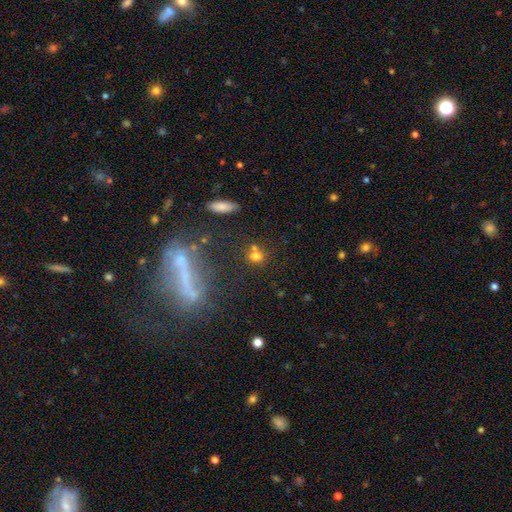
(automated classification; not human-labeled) Smooth or featured?
  - smooth: 68% *
  - star or artifact: 19%
  - featured or disk: 13%
How rounded?
  - round: 67% *
  - in between: 30%
  - cigar-shaped: 3%
Merging?
  - none: 53% *
  - merger: 31%
  - minor disturbance: 11%
  - major disturbance: 5%